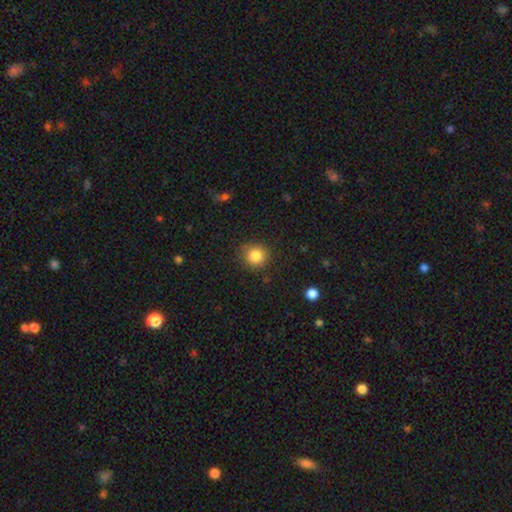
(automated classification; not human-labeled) A smooth galaxy with no disk features (84%) that is round (89%). Merging: none (86%).